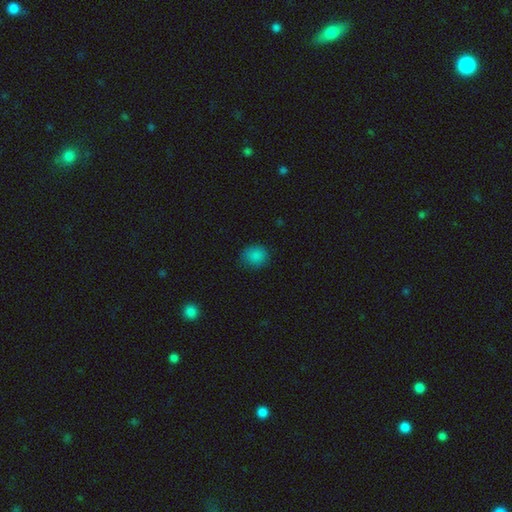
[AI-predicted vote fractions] This appears to be a smooth galaxy with no disk features (85%) that is round (78%). Merging: none (80%).